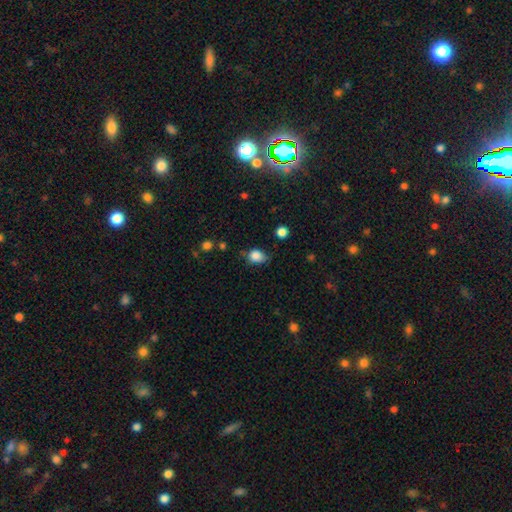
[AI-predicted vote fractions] Q: Smooth or featured?
A: smooth (84%); runner-up: star or artifact (9%)
Q: How rounded?
A: in between (57%); runner-up: round (42%)
Q: Merging?
A: none (61%); runner-up: minor disturbance (30%)